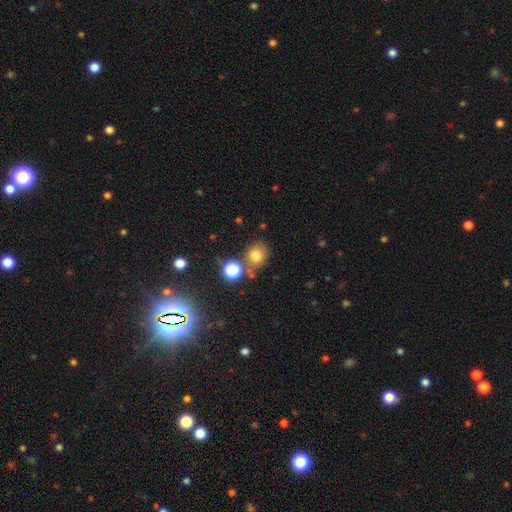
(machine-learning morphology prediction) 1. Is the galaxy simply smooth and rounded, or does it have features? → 73% smooth, 17% star or artifact, 10% featured or disk.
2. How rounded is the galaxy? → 71% round, 28% in between, 1% cigar-shaped.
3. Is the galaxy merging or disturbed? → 70% none, 13% minor disturbance, 13% merger, 4% major disturbance.